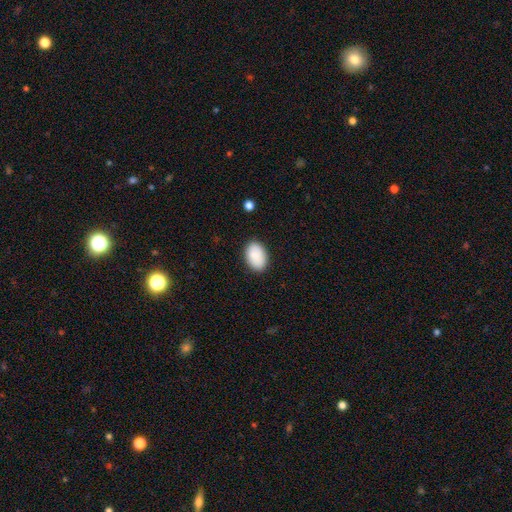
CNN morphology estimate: type=smooth (90%); roundness=in between (89%); merging=none (87%).